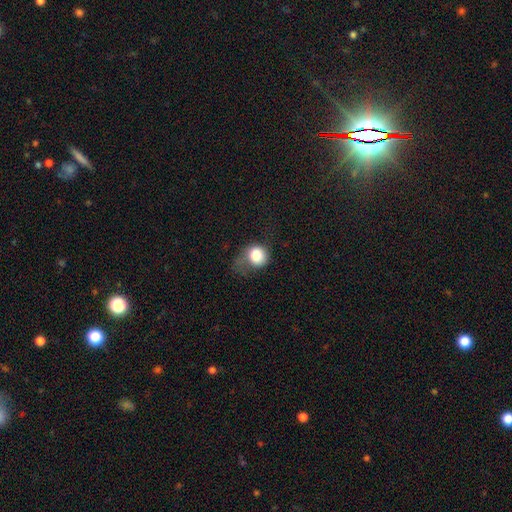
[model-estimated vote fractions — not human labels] Smooth or featured?
  - smooth: 81% *
  - featured or disk: 10%
  - star or artifact: 9%
How rounded?
  - round: 74% *
  - in between: 25%
  - cigar-shaped: 1%
Merging?
  - major disturbance: 35% *
  - minor disturbance: 33%
  - none: 29%
  - merger: 3%